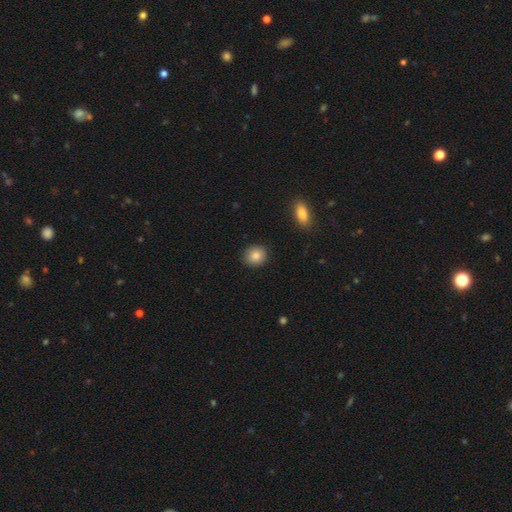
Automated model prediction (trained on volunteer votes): Q: Smooth or featured?
A: smooth (85%); runner-up: star or artifact (8%)
Q: How rounded?
A: round (76%); runner-up: in between (23%)
Q: Merging?
A: none (90%); runner-up: minor disturbance (7%)